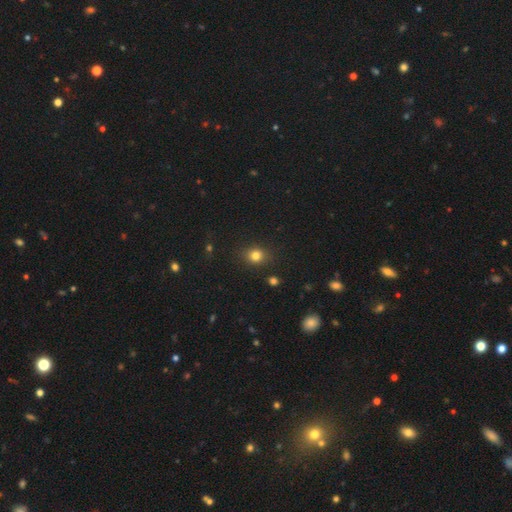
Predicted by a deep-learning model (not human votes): A smooth galaxy with no disk features (80%) that is round (67%).

Vote fractions:
- Smooth or featured? smooth: 80% / star or artifact: 14% / featured or disk: 6%
- How rounded? round: 67% / in between: 32% / cigar-shaped: 1%
- Merging? none: 85% / minor disturbance: 10% / major disturbance: 3% / merger: 2%